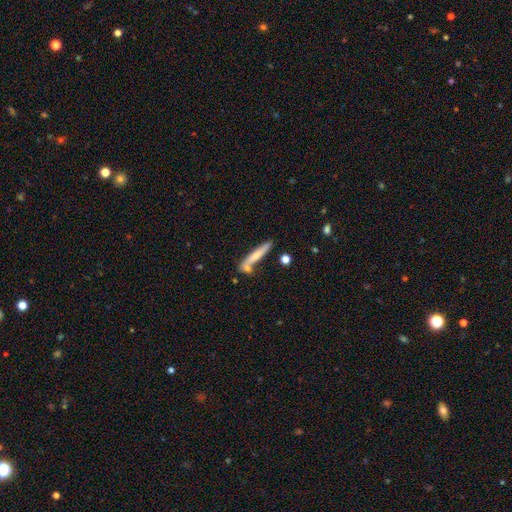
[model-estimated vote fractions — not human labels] This appears to be a smooth galaxy with no disk features (64%) that is cigar-shaped (92%). Merging: none (66%).